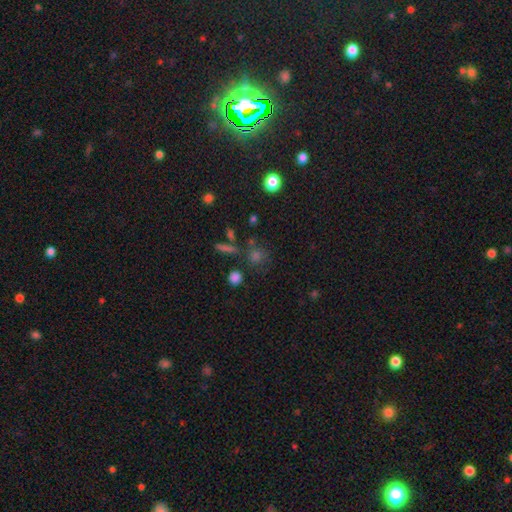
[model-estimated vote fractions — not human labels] The model was most divided on "smooth or featured": smooth: 51%, star or artifact: 36%, featured or disk: 13%. More confident: how rounded — round (85%); merging — none (71%).